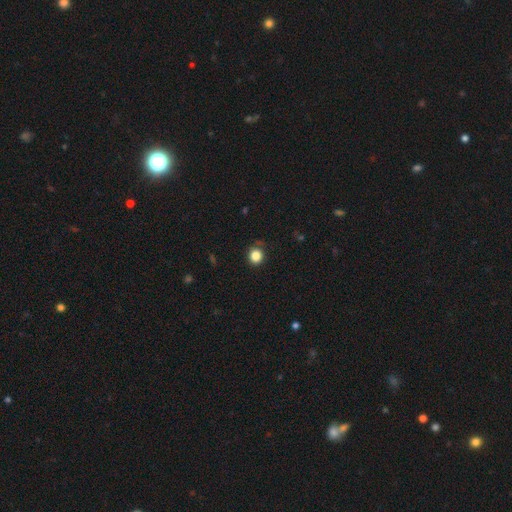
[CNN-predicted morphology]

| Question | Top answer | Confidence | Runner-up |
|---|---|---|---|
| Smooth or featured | smooth | 84% | star or artifact (11%) |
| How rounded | round | 88% | in between (11%) |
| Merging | none | 79% | minor disturbance (16%) |